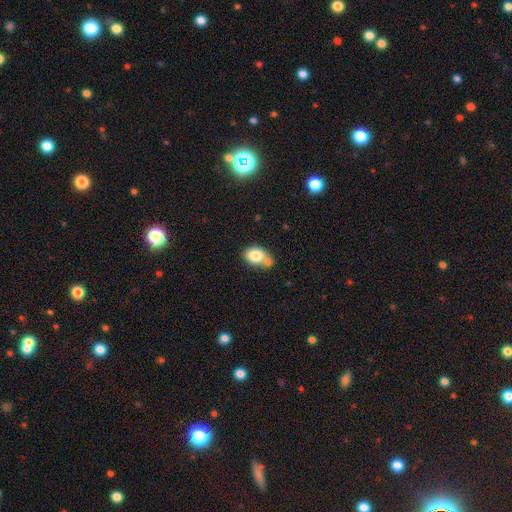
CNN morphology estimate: The model was most divided on "merging": none: 41%, merger: 35%, minor disturbance: 19%, major disturbance: 6%. More confident: smooth or featured — smooth (79%); how rounded — in between (71%).